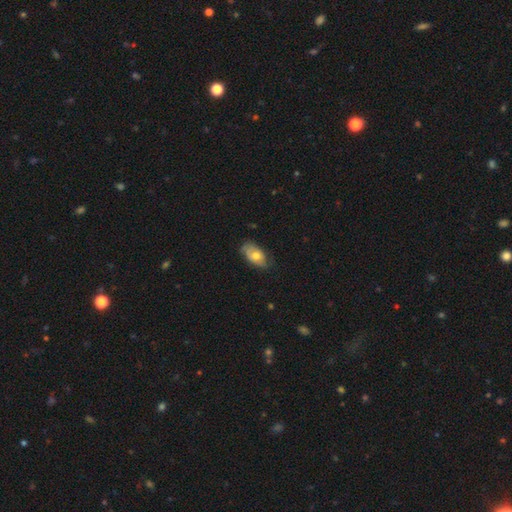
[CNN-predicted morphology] The model was most divided on "smooth or featured": smooth: 58%, featured or disk: 35%, star or artifact: 7%. More confident: how rounded — in between (91%); merging — none (65%).